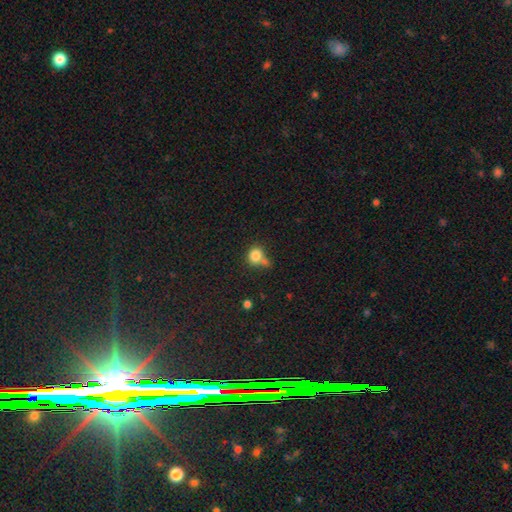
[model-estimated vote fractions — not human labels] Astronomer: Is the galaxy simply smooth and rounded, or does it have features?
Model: smooth — 82%.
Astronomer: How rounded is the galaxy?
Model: round — 75%.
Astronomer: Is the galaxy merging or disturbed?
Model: none — 45% (runner-up: merger, 30%).